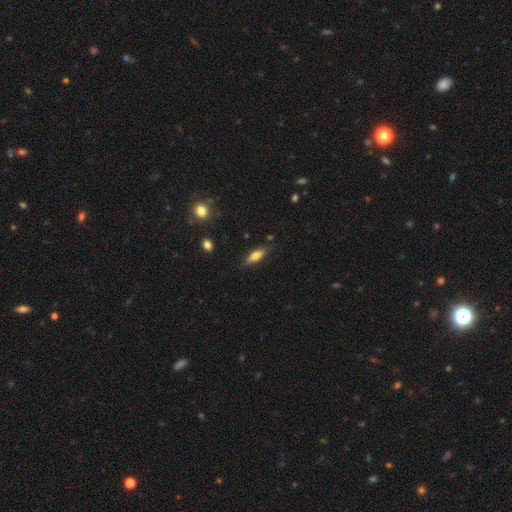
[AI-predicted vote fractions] Q: Smooth or featured?
A: smooth (69%); runner-up: featured or disk (24%)
Q: How rounded?
A: in between (52%); runner-up: cigar-shaped (46%)
Q: Merging?
A: none (84%); runner-up: minor disturbance (12%)